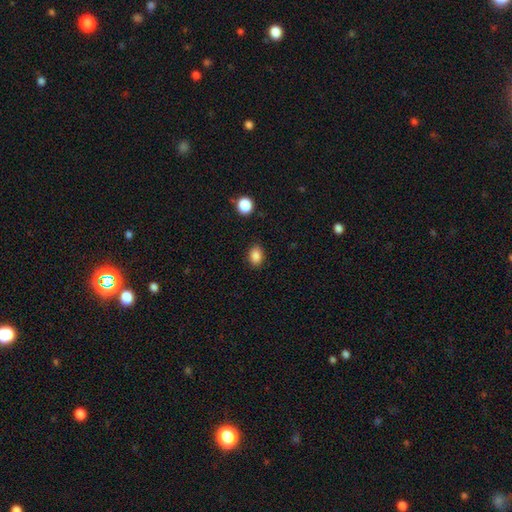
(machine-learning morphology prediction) smooth_or_featured: smooth (p=0.87) [alt: star or artifact p=0.10]
how_rounded: in between (p=0.68) [alt: round p=0.31]
merging: none (p=0.87) [alt: minor disturbance p=0.09]